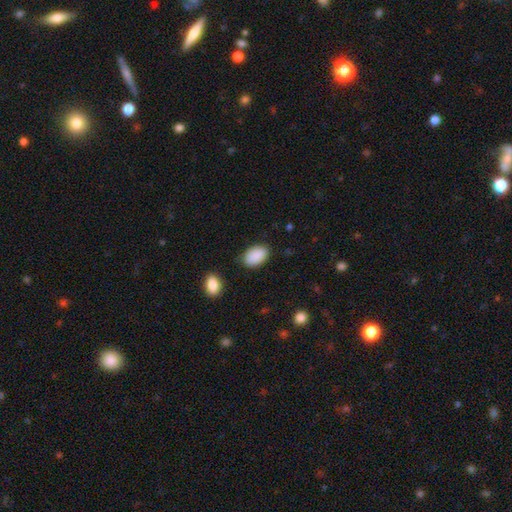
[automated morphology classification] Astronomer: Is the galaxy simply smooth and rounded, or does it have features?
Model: smooth — 90%.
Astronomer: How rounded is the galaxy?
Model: in between — 90%.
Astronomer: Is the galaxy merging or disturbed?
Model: none — 83%.